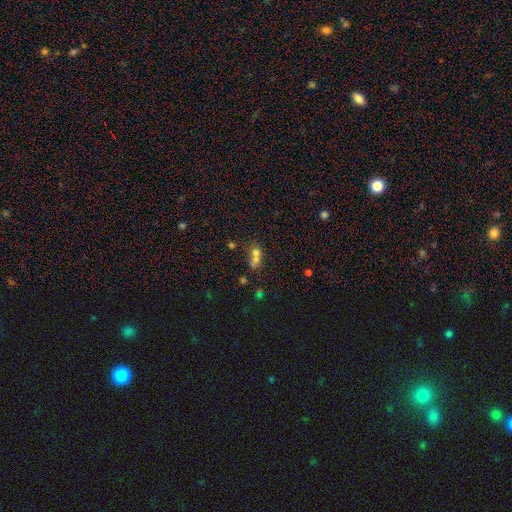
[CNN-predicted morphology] smooth 60%, star or artifact 20%, featured or disk 20%. Down the decision tree: how rounded — round (67%); merging — merger (61%).